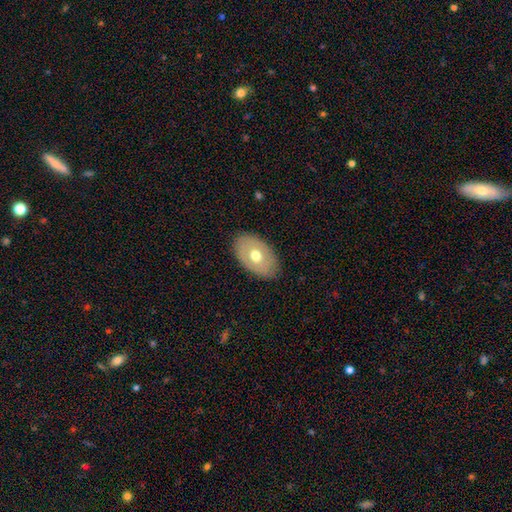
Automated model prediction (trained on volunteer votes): Smooth or featured?
  - smooth: 57% *
  - featured or disk: 37%
  - star or artifact: 6%
How rounded?
  - in between: 88% *
  - round: 10%
  - cigar-shaped: 1%
Merging?
  - none: 84% *
  - minor disturbance: 12%
  - major disturbance: 3%
  - merger: 1%